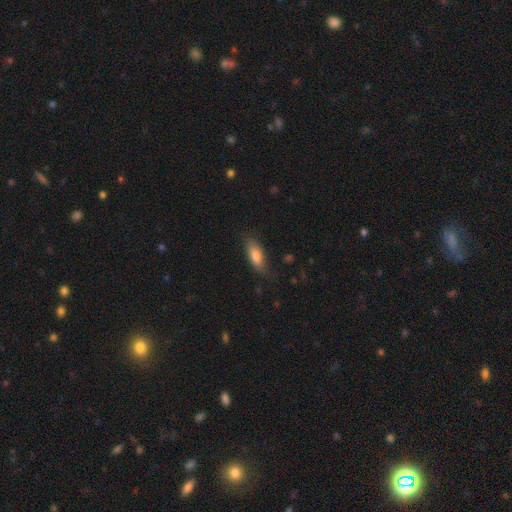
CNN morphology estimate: A smooth galaxy with no disk features (78%) that is in between round and cigar-shaped (71%).

Vote fractions:
- Smooth or featured? smooth: 78% / featured or disk: 15% / star or artifact: 7%
- How rounded? in between: 71% / cigar-shaped: 26% / round: 2%
- Merging? none: 77% / minor disturbance: 18% / major disturbance: 4% / merger: 1%